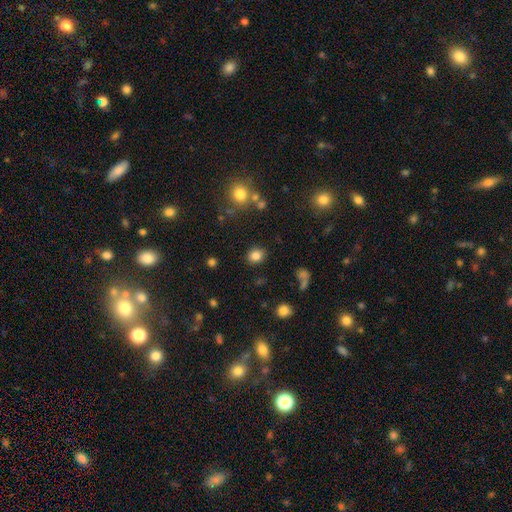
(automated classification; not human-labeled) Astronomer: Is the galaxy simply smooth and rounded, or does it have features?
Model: smooth — 83%.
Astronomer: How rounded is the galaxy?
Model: round — 62% (runner-up: in between, 38%).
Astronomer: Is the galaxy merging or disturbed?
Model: none — 86%.